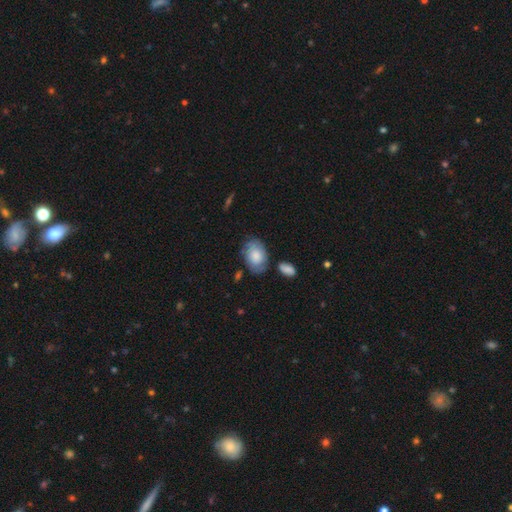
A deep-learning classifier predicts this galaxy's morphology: This is likely a smooth galaxy (69%). How rounded: clearly in between (84%). Merging: likely none (63%).